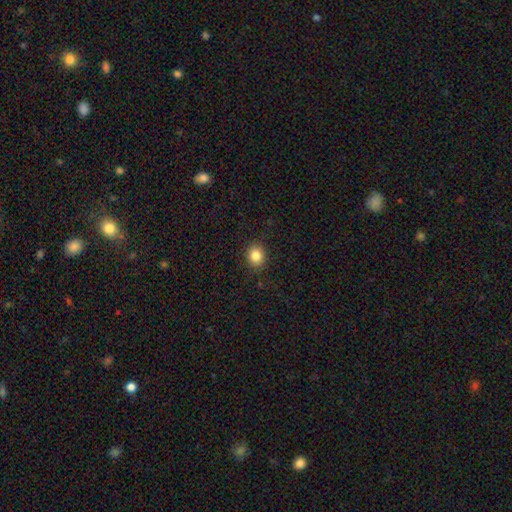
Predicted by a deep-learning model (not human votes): A smooth galaxy with no disk features (85%) that is round (72%).

Vote fractions:
- Smooth or featured? smooth: 85% / star or artifact: 10% / featured or disk: 5%
- How rounded? round: 72% / in between: 27% / cigar-shaped: 1%
- Merging? none: 88% / minor disturbance: 8% / major disturbance: 2% / merger: 1%